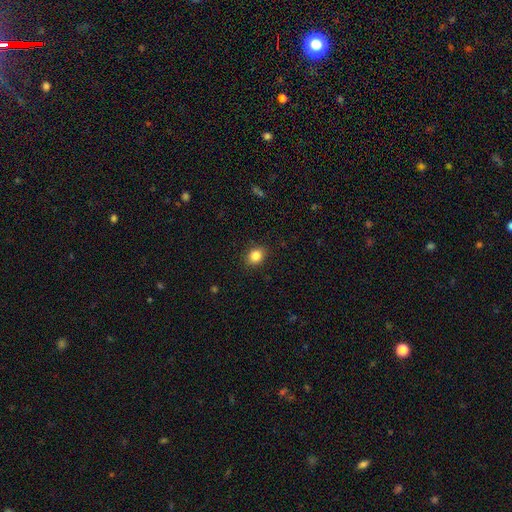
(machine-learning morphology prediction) smooth-or-featured: smooth: 84% | star or artifact: 10% | featured or disk: 6%
  how-rounded: round: 54% | in between: 45% | cigar-shaped: 1%
  merging: none: 88% | minor disturbance: 8% | major disturbance: 2% | merger: 1%